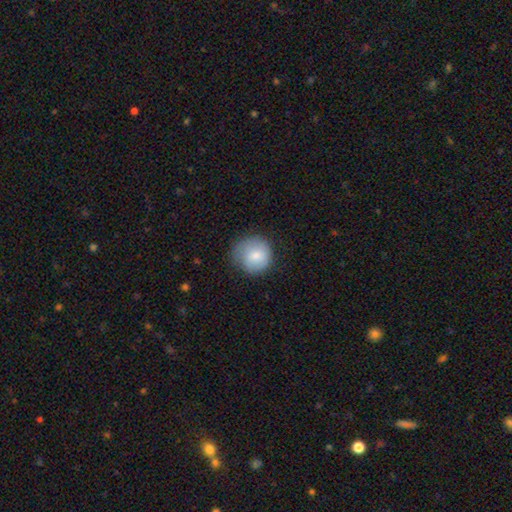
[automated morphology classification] Q: Smooth or featured?
A: smooth (79%); runner-up: featured or disk (14%)
Q: How rounded?
A: round (91%); runner-up: in between (8%)
Q: Merging?
A: none (65%); runner-up: minor disturbance (26%)